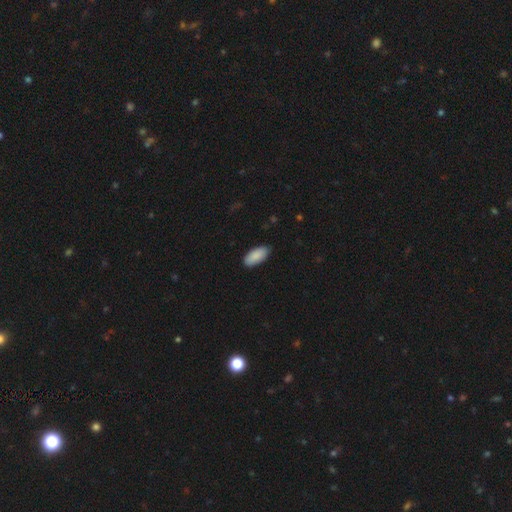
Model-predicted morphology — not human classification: type=smooth (90%); roundness=in between (92%); merging=none (85%).